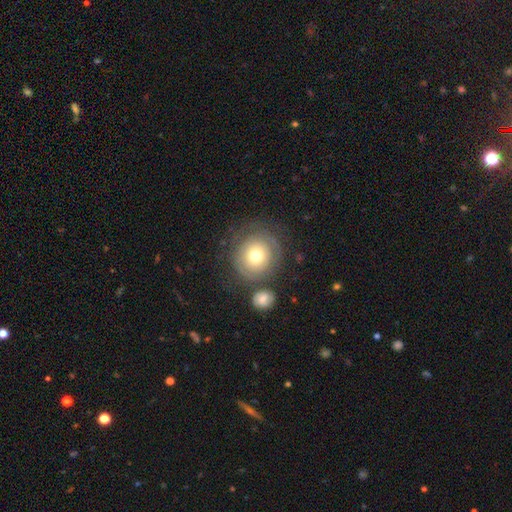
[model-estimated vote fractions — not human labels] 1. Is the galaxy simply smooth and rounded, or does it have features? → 56% smooth, 36% featured or disk, 8% star or artifact.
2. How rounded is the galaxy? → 91% round, 8% in between, 1% cigar-shaped.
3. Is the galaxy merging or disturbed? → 68% none, 14% minor disturbance, 10% major disturbance, 9% merger.